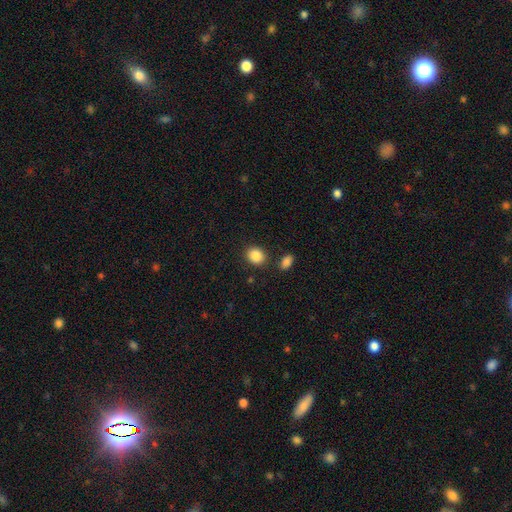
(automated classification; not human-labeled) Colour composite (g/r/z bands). It shows a smooth galaxy with no disk features (87%) that is round (62%). Merging: none (83%).